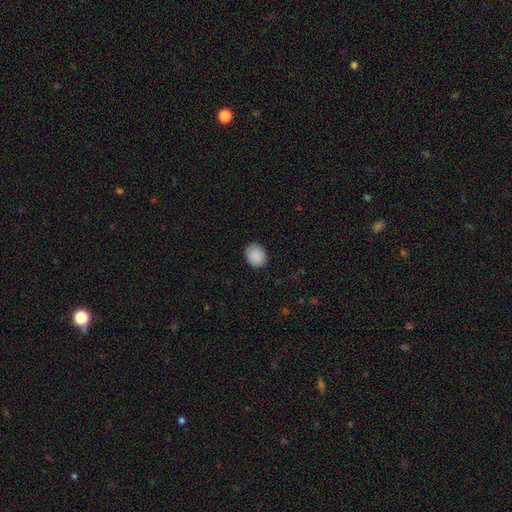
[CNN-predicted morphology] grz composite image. It shows a smooth galaxy with no disk features (90%) that is round (56%). Merging: none (86%).